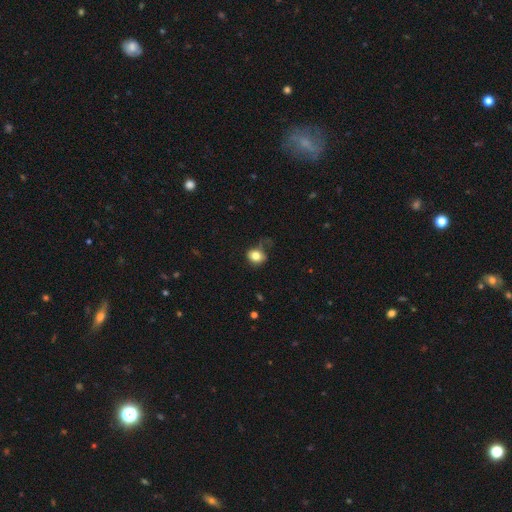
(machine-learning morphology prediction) smooth-or-featured: smooth: 79% | featured or disk: 11% | star or artifact: 10%
  how-rounded: round: 56% | in between: 43% | cigar-shaped: 1%
  merging: none: 53% | minor disturbance: 28% | major disturbance: 16% | merger: 3%